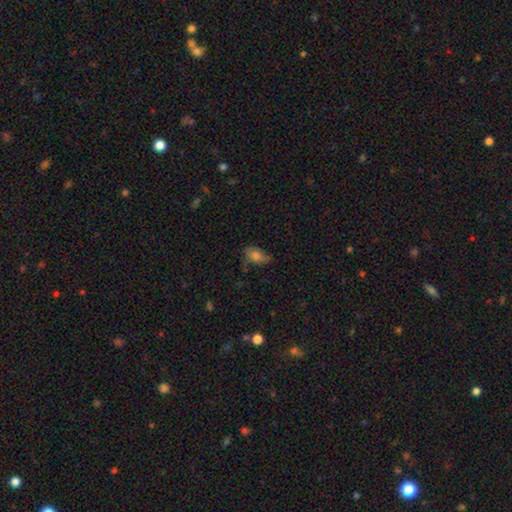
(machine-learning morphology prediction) The model was most divided on "merging": none: 56%, minor disturbance: 29%, major disturbance: 12%, merger: 3%. More confident: how rounded — in between (85%); smooth or featured — smooth (65%).